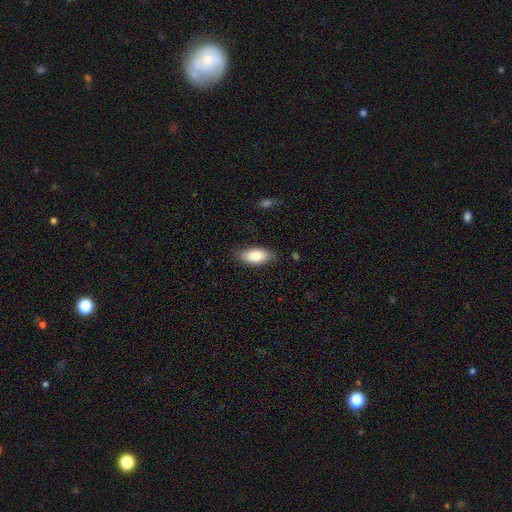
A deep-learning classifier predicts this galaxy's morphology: type=smooth (82%); roundness=in between (90%); merging=none (80%).